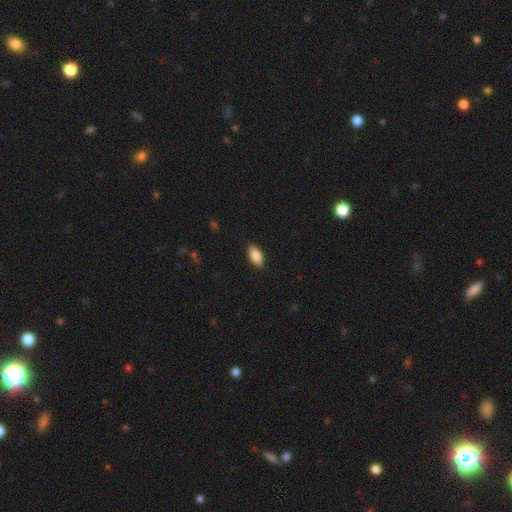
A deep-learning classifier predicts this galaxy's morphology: Smooth or featured? smooth (86%)
How rounded? in between (90%)
Merging? none (88%)